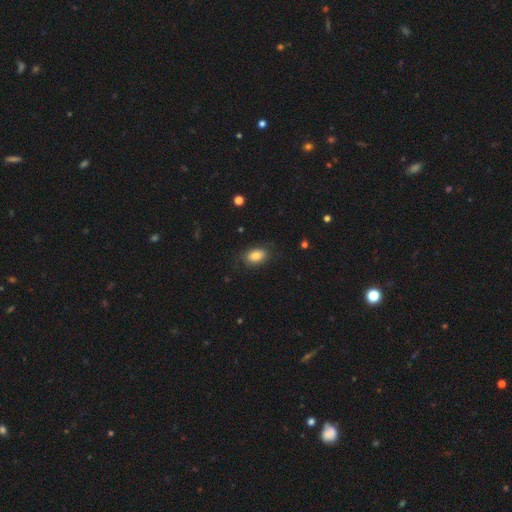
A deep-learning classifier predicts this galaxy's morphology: type=smooth (79%); roundness=in between (87%); merging=none (76%).